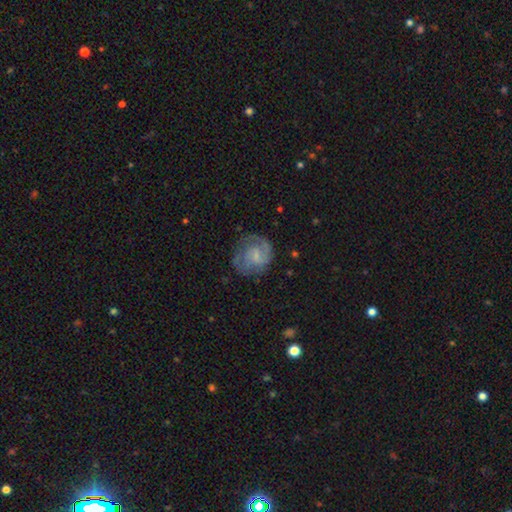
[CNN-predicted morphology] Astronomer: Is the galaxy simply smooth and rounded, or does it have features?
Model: featured or disk — 71%.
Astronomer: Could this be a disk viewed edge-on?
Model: no — 98%.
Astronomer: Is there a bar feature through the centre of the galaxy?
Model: weak — 50% (runner-up: no, 40%).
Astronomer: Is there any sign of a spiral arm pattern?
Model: yes — 90%.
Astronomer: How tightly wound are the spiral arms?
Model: medium — 44% (runner-up: tight, 40%).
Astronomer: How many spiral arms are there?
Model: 2 — 56%.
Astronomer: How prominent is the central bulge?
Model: small — 52%.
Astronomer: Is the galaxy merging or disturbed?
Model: none — 65%.